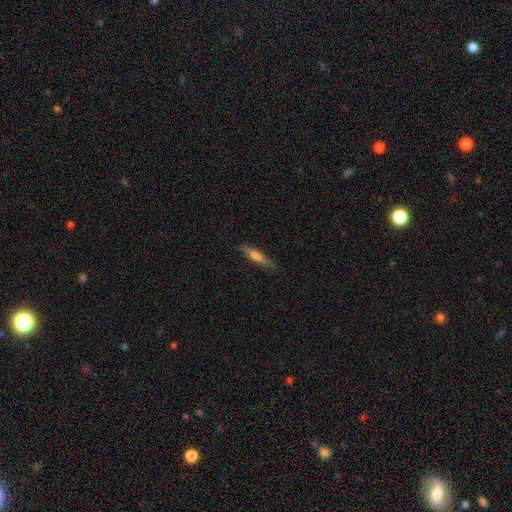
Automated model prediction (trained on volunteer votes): Smooth or featured? Predicted: smooth (p=0.53). How rounded? Predicted: cigar-shaped (p=0.81). Merging? Predicted: none (p=0.81).